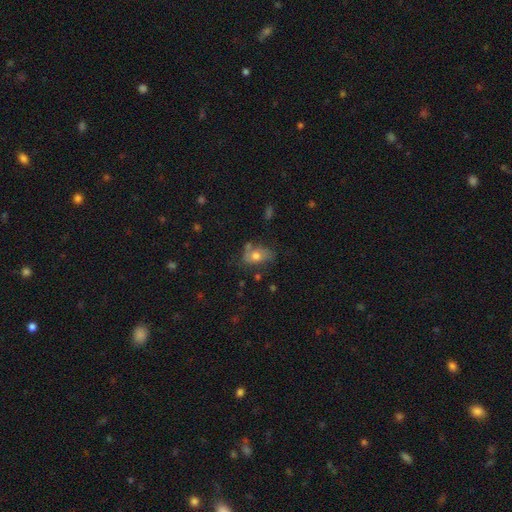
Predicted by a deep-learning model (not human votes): Smooth or featured? smooth (65%)
How rounded? in between (79%)
Merging? none (49%)